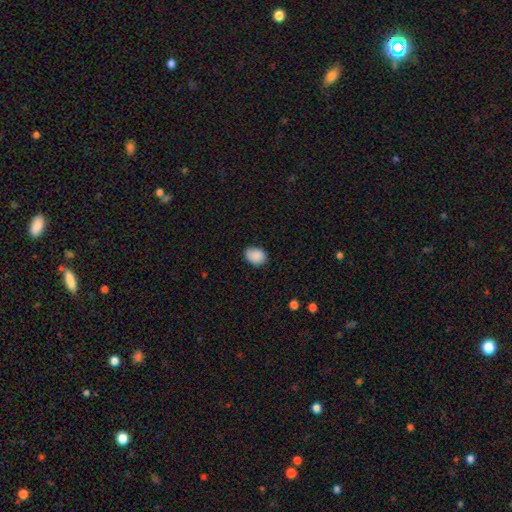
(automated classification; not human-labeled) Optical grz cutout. It shows a smooth galaxy with no disk features (89%) that is in between round and cigar-shaped (64%). Merging: none (83%).